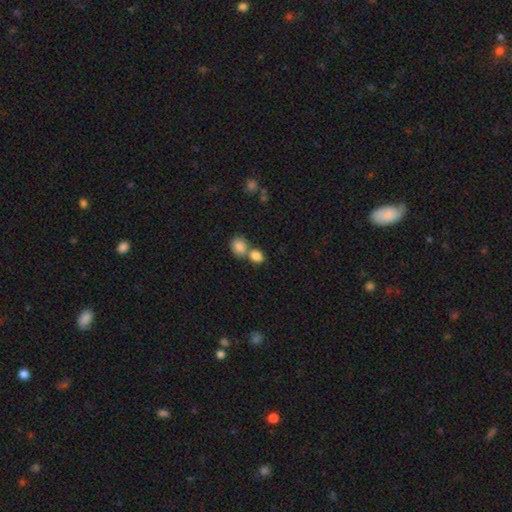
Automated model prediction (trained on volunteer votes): Smooth or featured?
  - smooth: 85% *
  - star or artifact: 9%
  - featured or disk: 6%
How rounded?
  - round: 53% *
  - in between: 46%
  - cigar-shaped: 1%
Merging?
  - merger: 52% *
  - none: 39%
  - minor disturbance: 7%
  - major disturbance: 3%